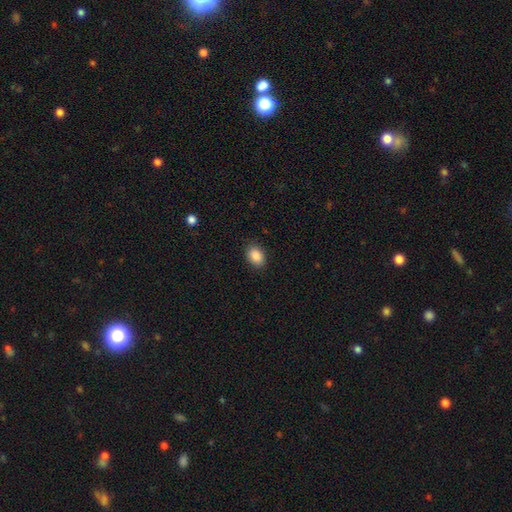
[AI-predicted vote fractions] The model was most divided on "how rounded": in between: 81%, round: 18%, cigar-shaped: 1%. More confident: smooth or featured — smooth (89%); merging — none (87%).